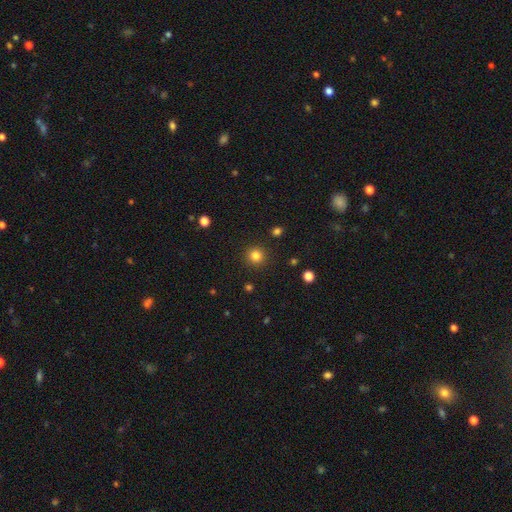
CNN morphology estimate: smooth-or-featured: smooth: 83% | star or artifact: 13% | featured or disk: 4%
  how-rounded: round: 94% | in between: 5% | cigar-shaped: 1%
  merging: none: 91% | minor disturbance: 5% | major disturbance: 2% | merger: 1%